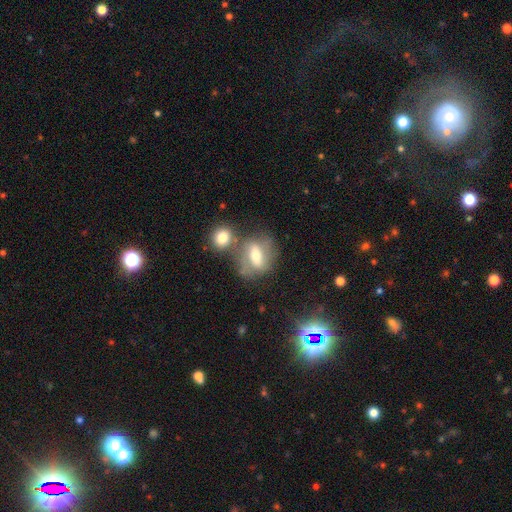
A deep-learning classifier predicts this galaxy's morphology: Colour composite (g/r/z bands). It shows a featured or disk galaxy (46%). Merging: none (49%).